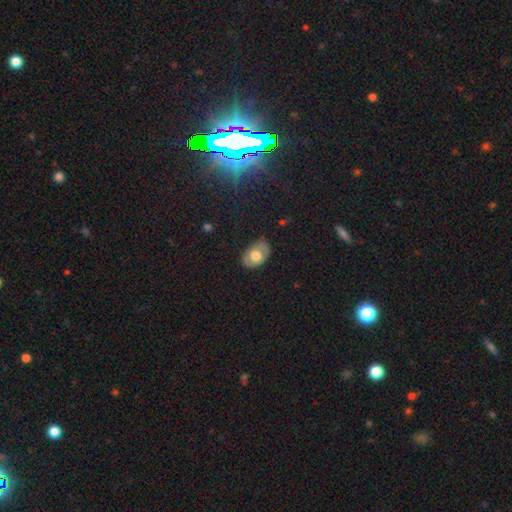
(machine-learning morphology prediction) Smooth or featured? smooth (57%)
How rounded? in between (84%)
Merging? none (77%)